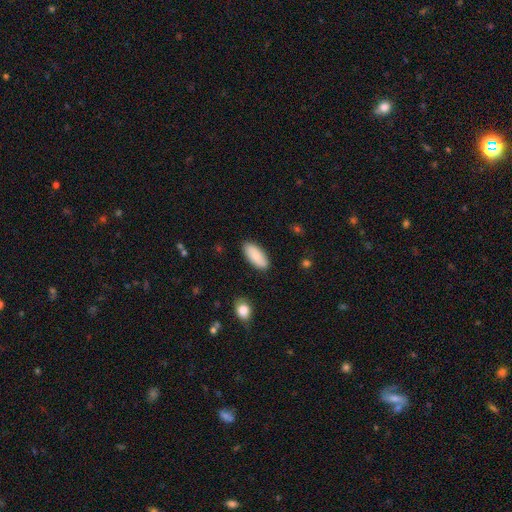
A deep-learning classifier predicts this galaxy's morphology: Smooth or featured: smooth — 85% (featured or disk — 9%)
How rounded: in between — 87% (cigar-shaped — 11%)
Merging: none — 87% (minor disturbance — 9%)